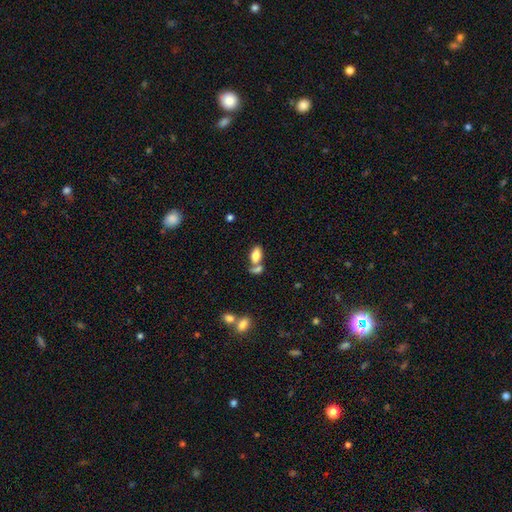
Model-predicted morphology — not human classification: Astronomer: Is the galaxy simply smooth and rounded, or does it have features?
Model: smooth — 77%.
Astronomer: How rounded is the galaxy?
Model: in between — 91%.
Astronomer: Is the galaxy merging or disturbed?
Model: none — 43% (runner-up: merger, 41%).